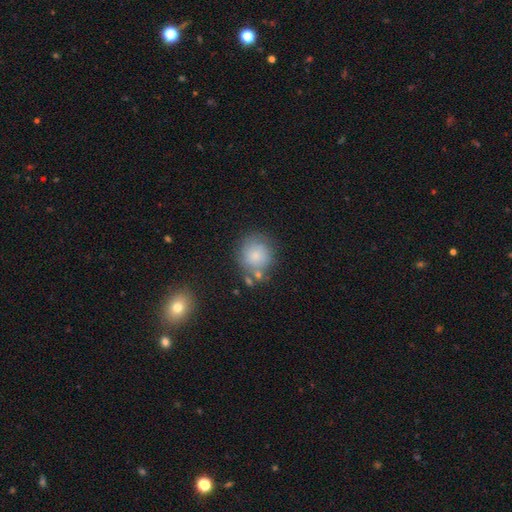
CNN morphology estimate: smooth_or_featured: smooth (p=0.71) [alt: featured or disk p=0.20]
how_rounded: round (p=0.88) [alt: in between p=0.11]
merging: none (p=0.63) [alt: minor disturbance p=0.20]